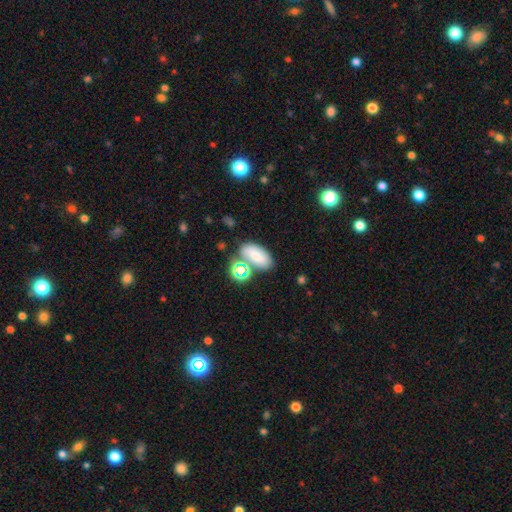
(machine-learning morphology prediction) Smooth or featured? Predicted: smooth (p=0.70). How rounded? Predicted: in between (p=0.87). Merging? Predicted: none (p=0.56).